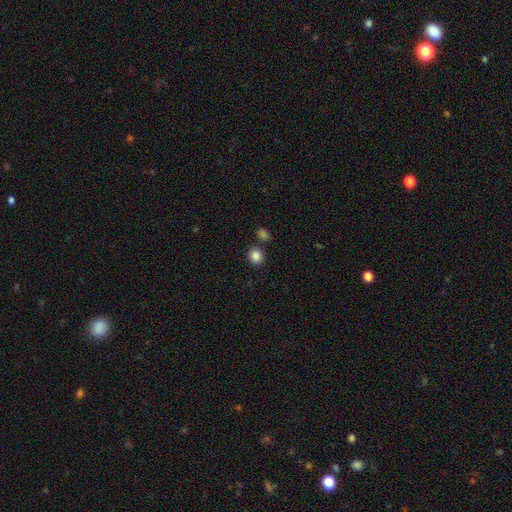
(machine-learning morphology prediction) Smooth or featured: smooth — 86% (star or artifact — 10%)
How rounded: round — 68% (in between — 31%)
Merging: none — 80% (merger — 9%)